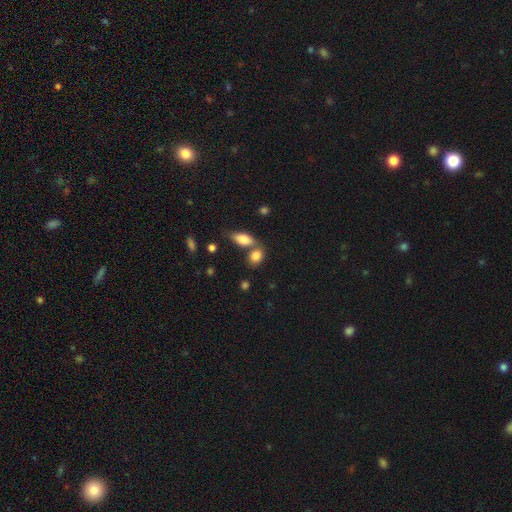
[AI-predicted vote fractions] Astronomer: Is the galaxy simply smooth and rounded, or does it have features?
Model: smooth — 84%.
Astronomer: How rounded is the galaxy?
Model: in between — 79%.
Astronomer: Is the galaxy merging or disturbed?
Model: none — 49% (runner-up: merger, 37%).